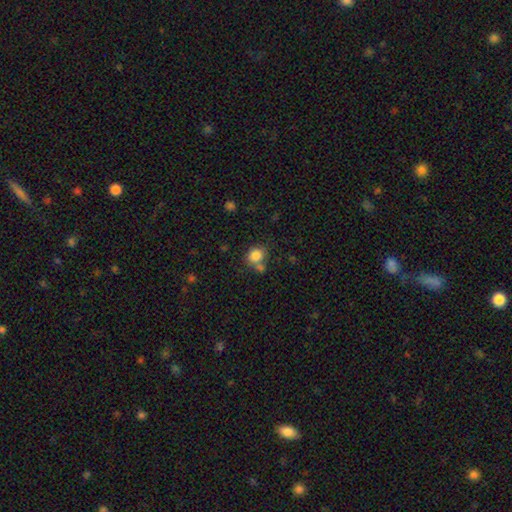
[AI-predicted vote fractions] Smooth or featured: smooth — 83% (star or artifact — 10%)
How rounded: round — 68% (in between — 31%)
Merging: none — 56% (merger — 26%)